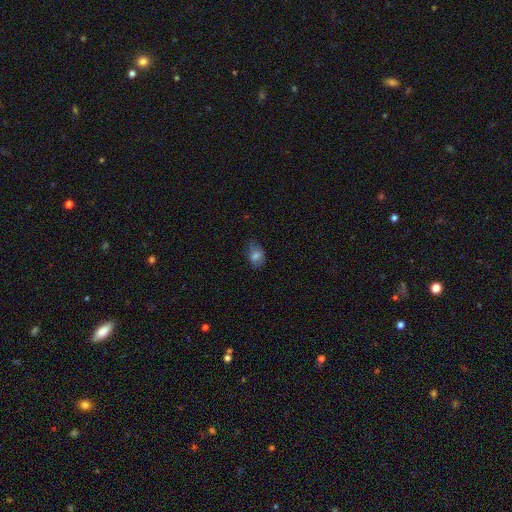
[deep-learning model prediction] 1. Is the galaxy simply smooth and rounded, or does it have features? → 70% smooth, 18% featured or disk, 12% star or artifact.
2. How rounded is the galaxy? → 72% in between, 27% round, 2% cigar-shaped.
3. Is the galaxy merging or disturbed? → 60% none, 27% minor disturbance, 11% major disturbance, 1% merger.